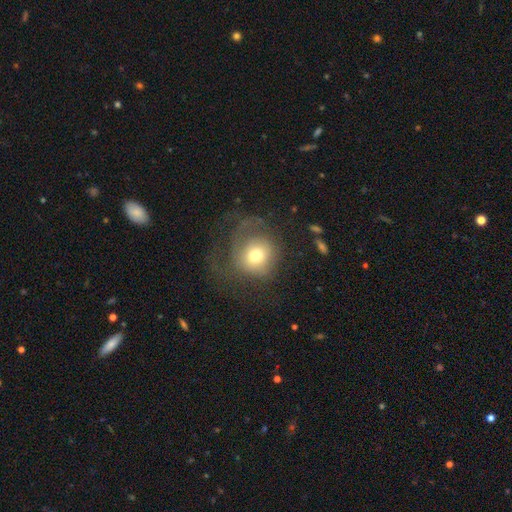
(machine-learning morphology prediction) Overall: smooth (61%; featured or disk 28%). How rounded: round (86%). Merging: none (40%, tied with major disturbance).